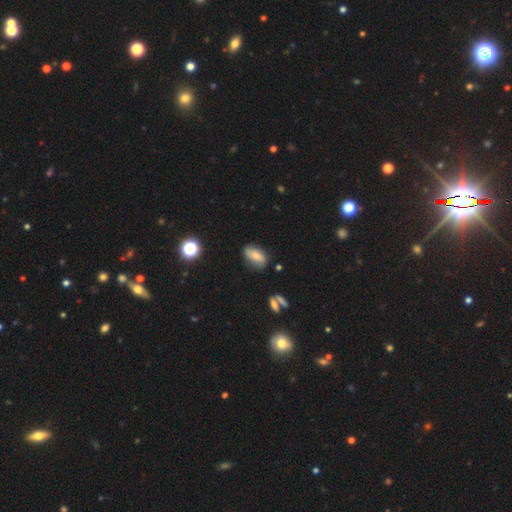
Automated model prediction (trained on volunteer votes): Q: Smooth or featured?
A: smooth (59%); runner-up: featured or disk (31%)
Q: How rounded?
A: in between (87%); runner-up: round (7%)
Q: Merging?
A: none (73%); runner-up: minor disturbance (20%)